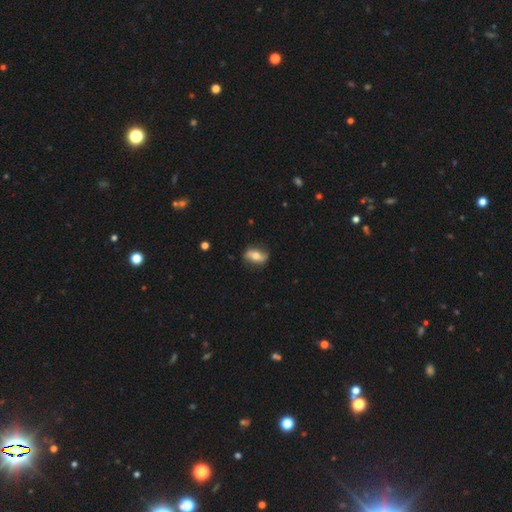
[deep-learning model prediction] This appears to be a smooth galaxy with no disk features (48%). Merging: none (79%).